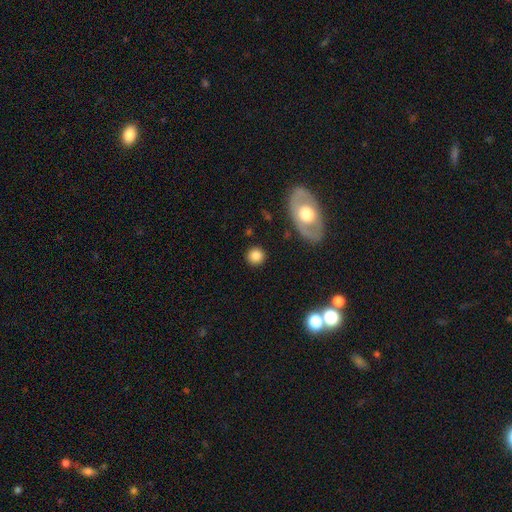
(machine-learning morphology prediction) This is clearly a smooth galaxy (82%). How rounded: clearly round (91%). Merging: clearly none (89%).